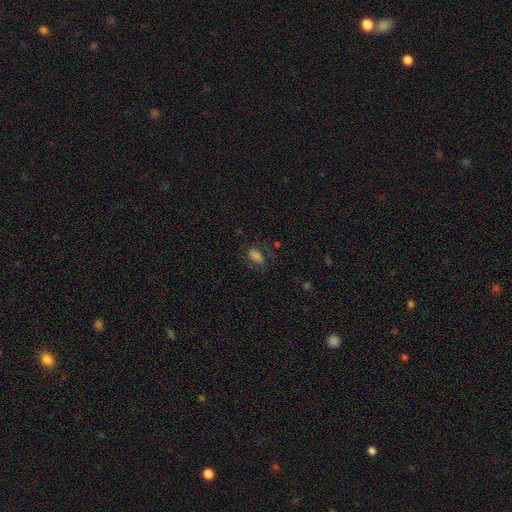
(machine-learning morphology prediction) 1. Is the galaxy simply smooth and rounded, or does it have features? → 72% smooth, 15% star or artifact, 13% featured or disk.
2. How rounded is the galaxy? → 84% in between, 9% cigar-shaped, 7% round.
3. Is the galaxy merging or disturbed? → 64% none, 21% minor disturbance, 13% major disturbance, 2% merger.